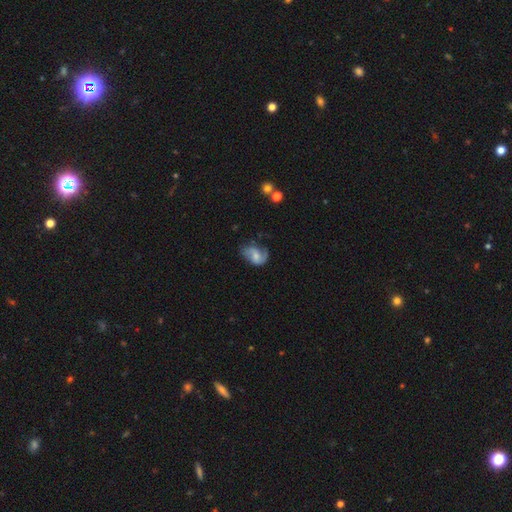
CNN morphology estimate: The model was most divided on "spiral winding" (2-way tie): loose: 41%, medium: 41%, tight: 18%. Remaining: edge-on disk — no (97%); spiral arms — yes (88%); spiral arm count — 2 (66%); smooth or featured — featured or disk (61%); bar — no (50%); merging — none (48%); bulge size — moderate (43%).